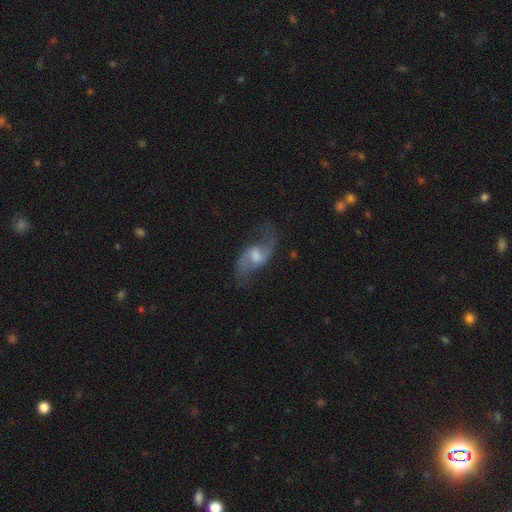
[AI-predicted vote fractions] Morphology: type=featured or disk (83%); edge-on=no (96%); bar=weak (57%); spiral arms=yes (94%); winding=loose (72%); arm count=2 (91%); bulge=moderate (48%); merging=none (71%).